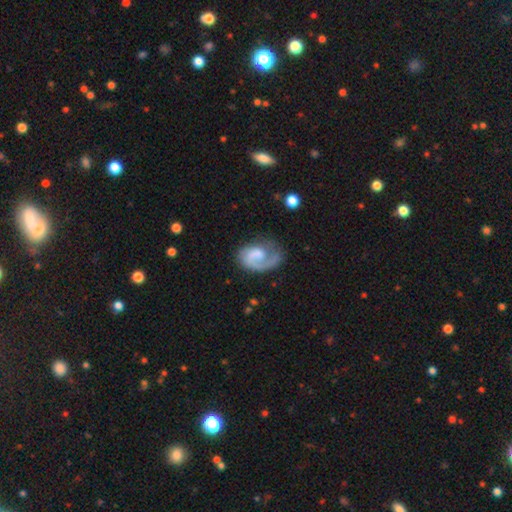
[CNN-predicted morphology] Overall: featured or disk (72%). Edge-on disk: no (98%). Bar: no (59%; weak 34%). Spiral arms: yes (92%). Spiral arm count: 1 (78%). Spiral winding: medium (39%; tight 35%). Bulge size: none (34%; moderate 26%). Merging: none (53%; major disturbance 23%).